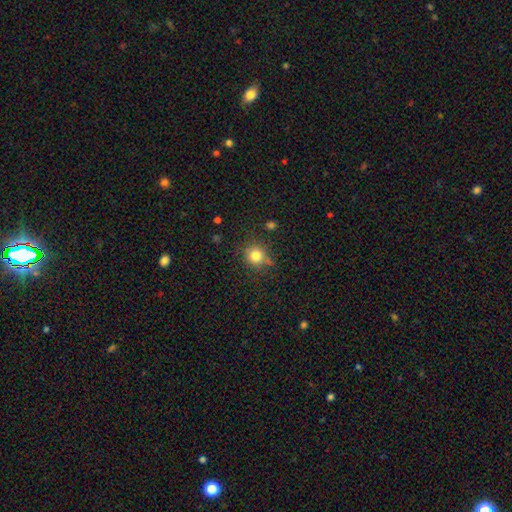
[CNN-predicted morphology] Smooth or featured: smooth — 80% (star or artifact — 13%)
How rounded: round — 88% (in between — 11%)
Merging: none — 75% (minor disturbance — 15%)